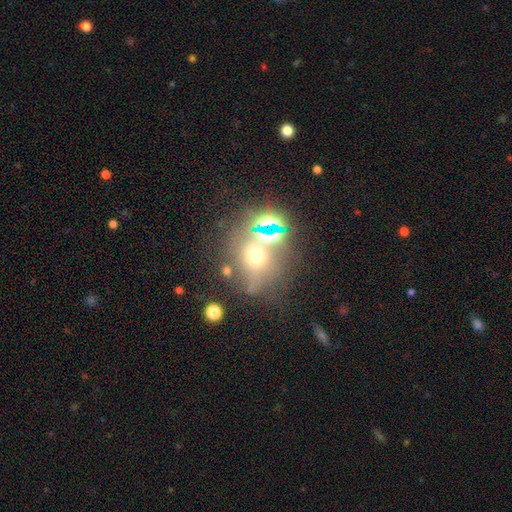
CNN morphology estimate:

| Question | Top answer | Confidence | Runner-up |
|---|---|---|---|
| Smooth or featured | star or artifact | 41% | smooth (38%) |